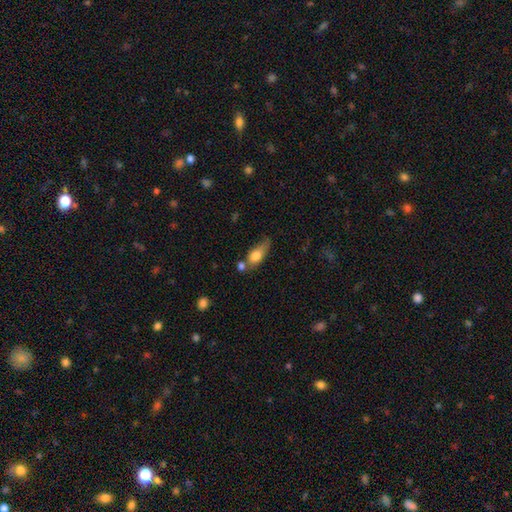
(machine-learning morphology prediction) A smooth galaxy with no disk features (74%) that is in between round and cigar-shaped (71%).

Vote fractions:
- Smooth or featured? smooth: 74% / featured or disk: 18% / star or artifact: 8%
- How rounded? in between: 71% / cigar-shaped: 16% / round: 13%
- Merging? none: 33% / minor disturbance: 27% / merger: 24% / major disturbance: 16%